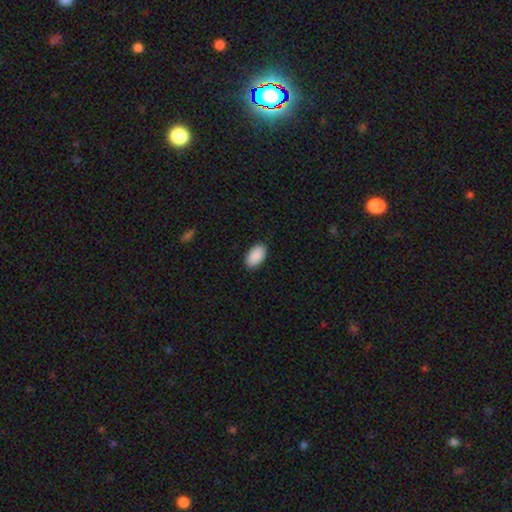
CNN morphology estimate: Overall: smooth (92%). How rounded: in between (95%). Merging: none (90%).